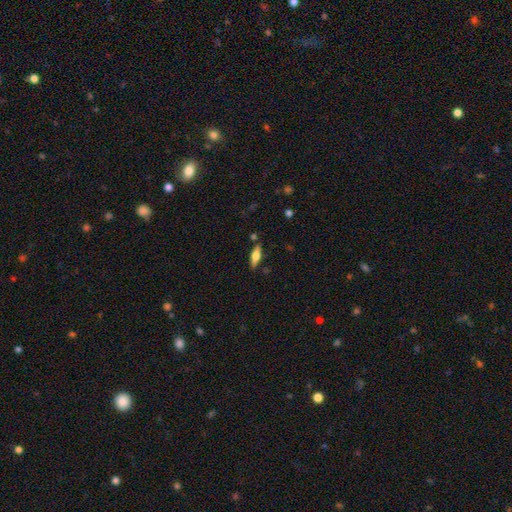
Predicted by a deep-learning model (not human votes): Smooth or featured: smooth — 56% (featured or disk — 37%)
How rounded: in between — 51% (cigar-shaped — 47%)
Merging: none — 81% (minor disturbance — 12%)